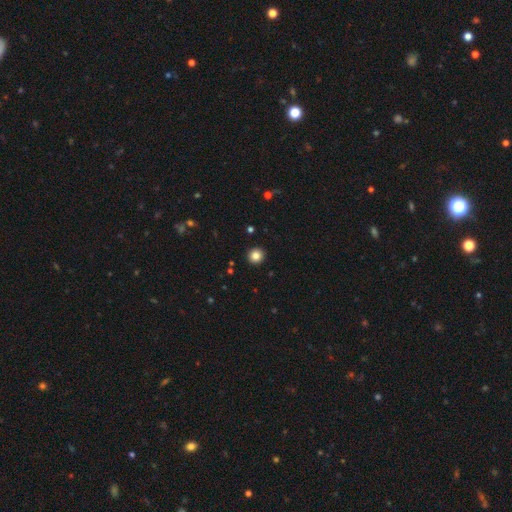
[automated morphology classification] smooth-or-featured: smooth: 84% | star or artifact: 11% | featured or disk: 5%
  how-rounded: round: 93% | in between: 6% | cigar-shaped: 1%
  merging: none: 93% | minor disturbance: 4% | major disturbance: 1% | merger: 1%